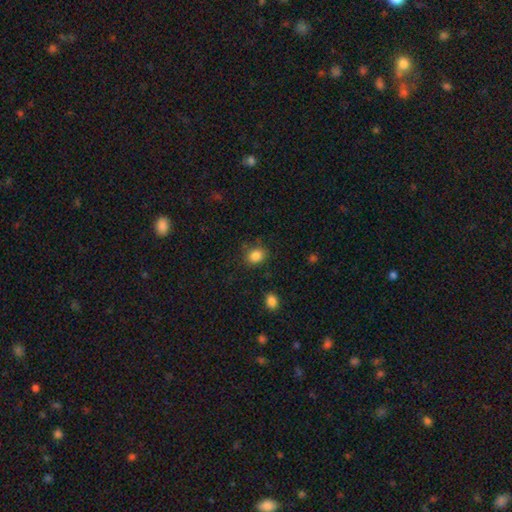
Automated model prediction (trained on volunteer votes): This appears to be a smooth galaxy with no disk features (85%) that is round (59%). Merging: none (77%).